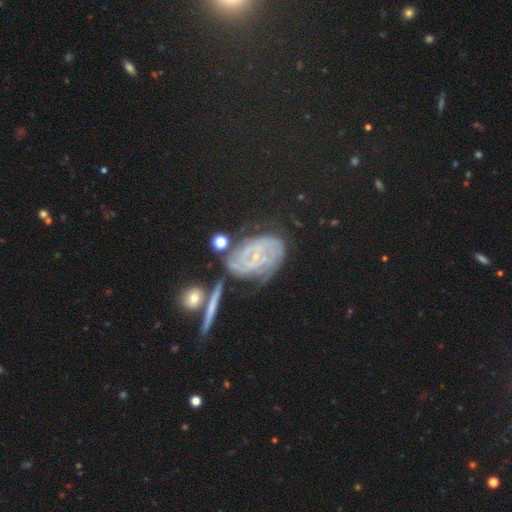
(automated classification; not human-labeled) featured or disk 67%, star or artifact 19%, smooth 15%. Down the decision tree: edge-on disk — no (93%); bar — no (56%); spiral arms — yes (87%); spiral arm count — can't tell (38%); spiral winding — tight (59%); bulge size — small (82%); merging — none (57%).